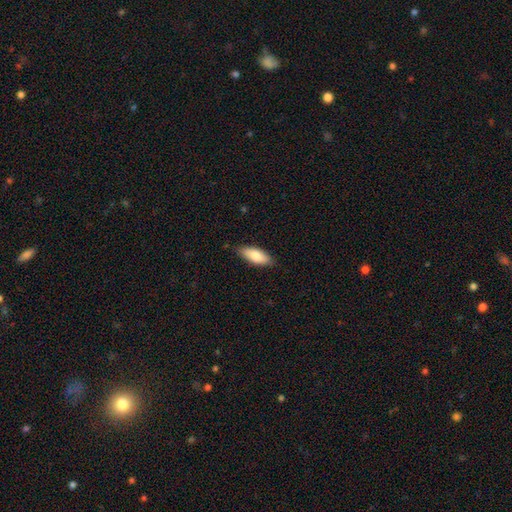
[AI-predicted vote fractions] Smooth or featured: smooth — 82% (featured or disk — 12%)
How rounded: in between — 77% (cigar-shaped — 21%)
Merging: none — 82% (minor disturbance — 15%)